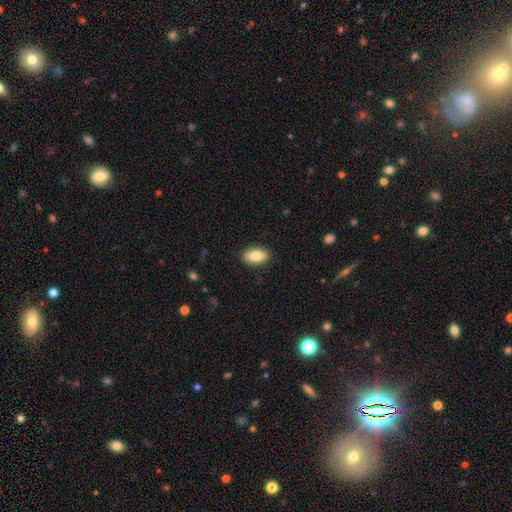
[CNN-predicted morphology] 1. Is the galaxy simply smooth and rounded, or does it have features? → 85% smooth, 8% featured or disk, 7% star or artifact.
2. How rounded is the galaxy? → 93% in between, 4% round, 3% cigar-shaped.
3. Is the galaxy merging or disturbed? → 89% none, 8% minor disturbance, 2% major disturbance, 1% merger.